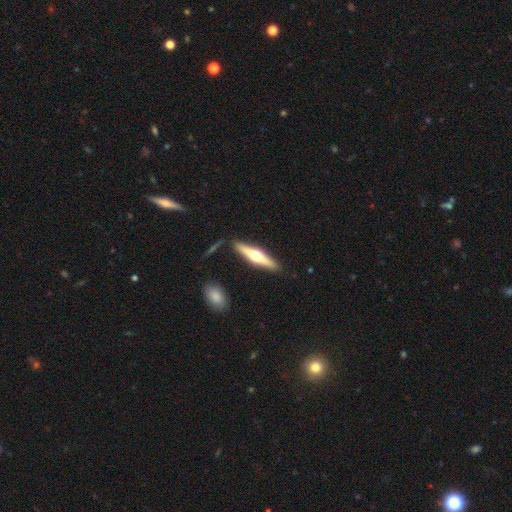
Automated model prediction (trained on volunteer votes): A featured or disk galaxy (64%) viewed edge-on (96%) with a rounded central bulge (94%). Merging: none (87%).